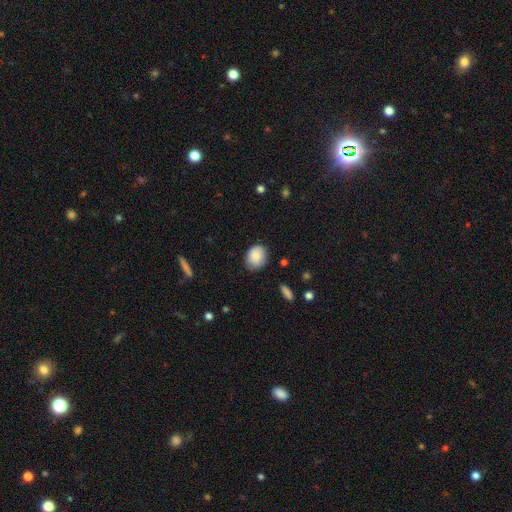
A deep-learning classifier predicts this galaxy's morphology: smooth-or-featured: smooth: 83% | featured or disk: 10% | star or artifact: 7%
  how-rounded: in between: 52% | round: 47% | cigar-shaped: 1%
  merging: none: 75% | minor disturbance: 20% | major disturbance: 3% | merger: 1%